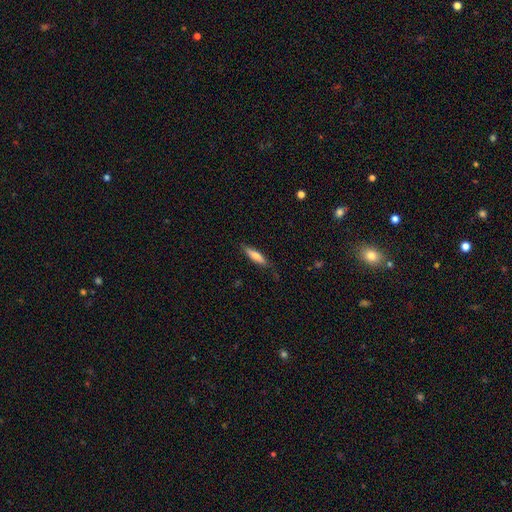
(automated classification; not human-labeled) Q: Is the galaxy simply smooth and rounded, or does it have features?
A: smooth — 66%.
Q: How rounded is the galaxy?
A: cigar-shaped — 74%.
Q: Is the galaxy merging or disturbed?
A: none — 77%.